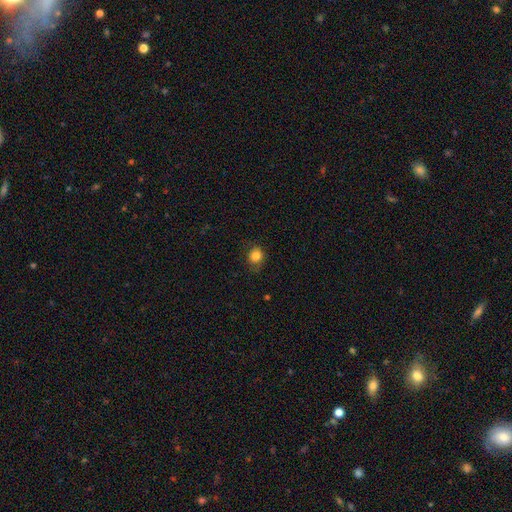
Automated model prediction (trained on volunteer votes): Q: Smooth or featured?
A: smooth (84%); runner-up: star or artifact (11%)
Q: How rounded?
A: round (75%); runner-up: in between (24%)
Q: Merging?
A: none (75%); runner-up: minor disturbance (19%)